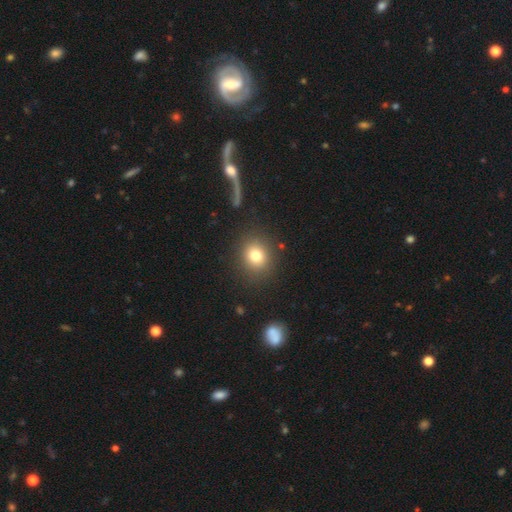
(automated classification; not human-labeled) A smooth galaxy with no disk features (79%) that is round (75%). Merging: none (87%).